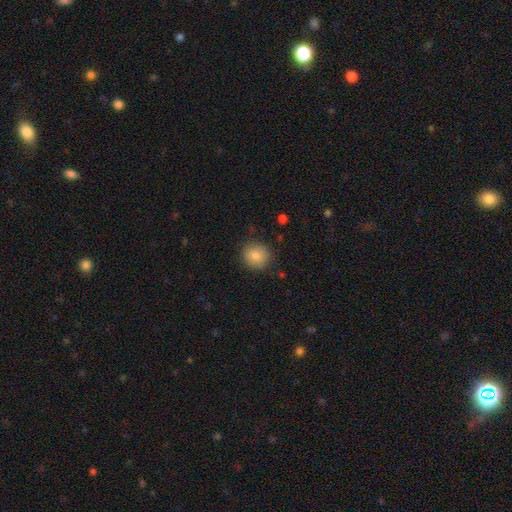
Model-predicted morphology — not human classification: The model was most divided on "smooth or featured": smooth: 84%, star or artifact: 9%, featured or disk: 7%. More confident: how rounded — round (89%); merging — none (86%).